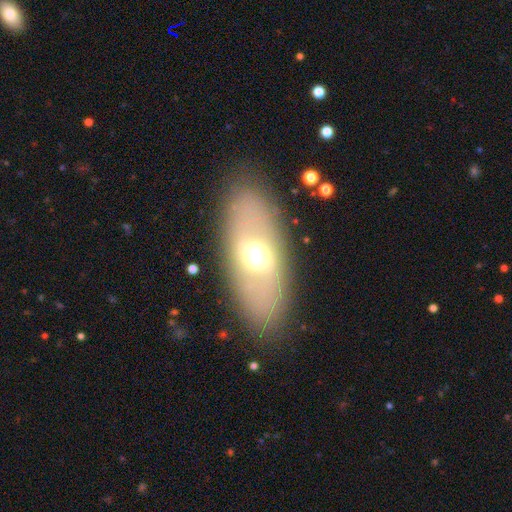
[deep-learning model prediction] Smooth or featured? Predicted: smooth (p=0.51). How rounded? Predicted: in between (p=0.80). Merging? Predicted: none (p=0.84).